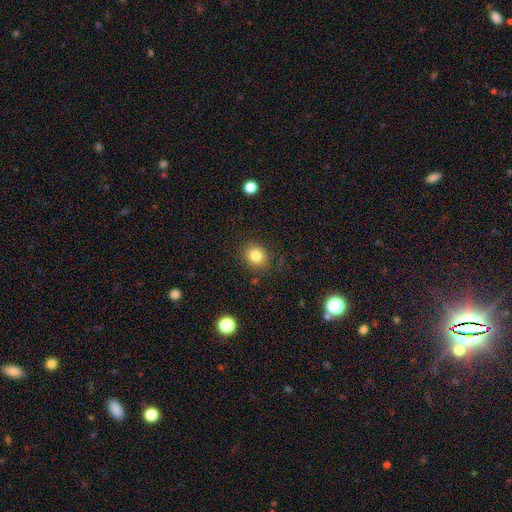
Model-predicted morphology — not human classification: This appears to be a smooth galaxy with no disk features (82%) that is round (73%). Merging: none (85%).